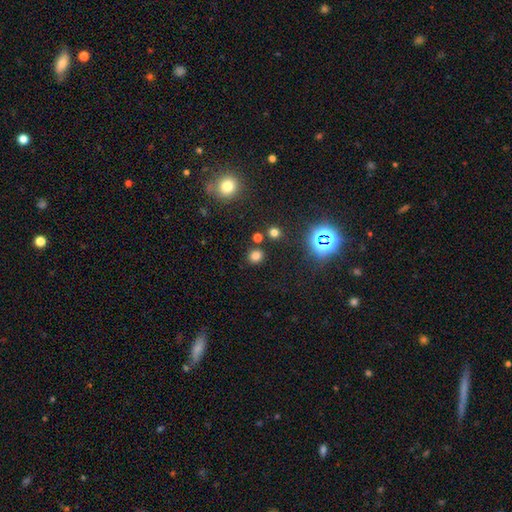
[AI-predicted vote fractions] Smooth or featured: smooth — 75% (star or artifact — 20%)
How rounded: round — 82% (in between — 17%)
Merging: none — 84% (minor disturbance — 7%)